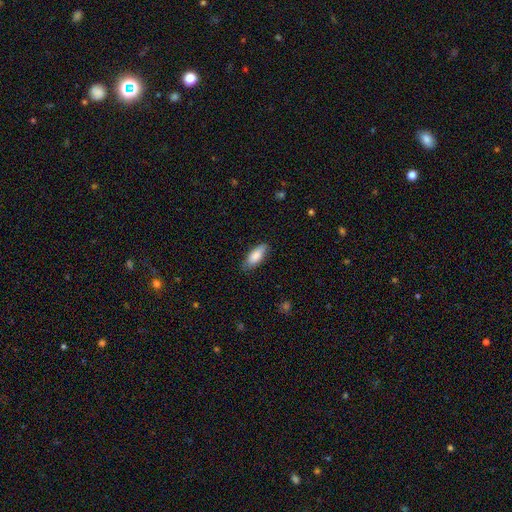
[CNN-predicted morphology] smooth 85%, featured or disk 9%, star or artifact 6%. Down the decision tree: how rounded — in between (75%); merging — none (80%).